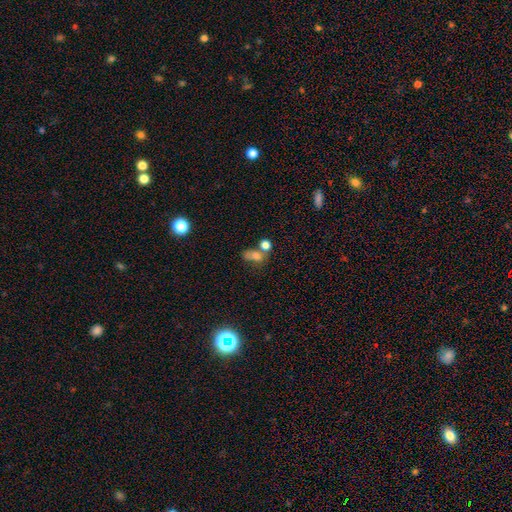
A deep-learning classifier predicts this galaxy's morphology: A smooth galaxy with no disk features (69%) that is in between round and cigar-shaped (65%).

Vote fractions:
- Smooth or featured? smooth: 69% / featured or disk: 16% / star or artifact: 15%
- How rounded? in between: 65% / round: 32% / cigar-shaped: 3%
- Merging? merger: 48% / none: 27% / minor disturbance: 13% / major disturbance: 12%